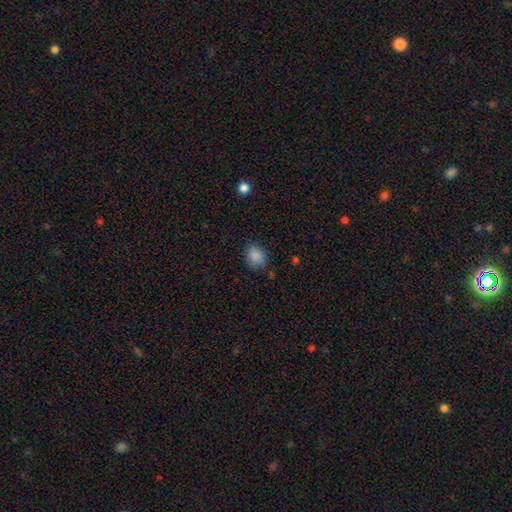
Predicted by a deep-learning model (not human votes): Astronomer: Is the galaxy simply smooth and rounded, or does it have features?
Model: smooth — 86%.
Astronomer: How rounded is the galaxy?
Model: round — 56% (runner-up: in between, 43%).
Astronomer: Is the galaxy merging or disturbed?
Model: none — 76%.